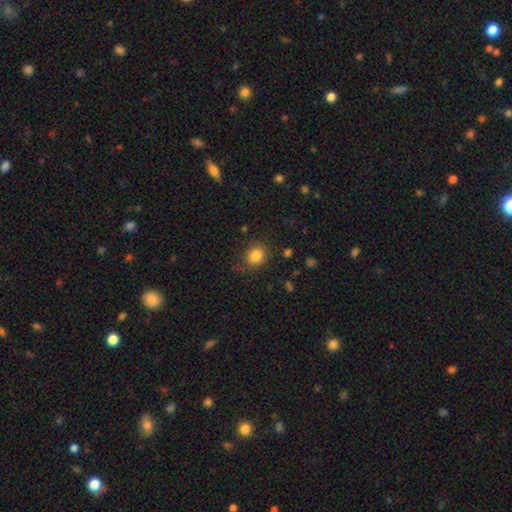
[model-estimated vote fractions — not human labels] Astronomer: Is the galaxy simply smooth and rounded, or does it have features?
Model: smooth — 84%.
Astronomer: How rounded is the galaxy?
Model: round — 76%.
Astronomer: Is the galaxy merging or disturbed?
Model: none — 74%.